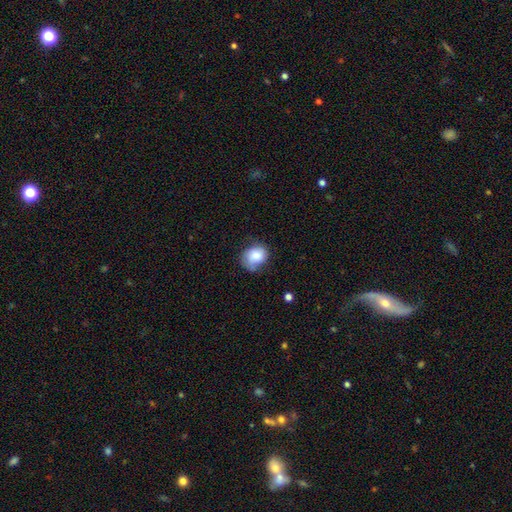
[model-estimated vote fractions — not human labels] smooth-or-featured: smooth: 77% | featured or disk: 15% | star or artifact: 8%
  how-rounded: round: 58% | in between: 42% | cigar-shaped: 1%
  merging: none: 53% | minor disturbance: 33% | major disturbance: 10% | merger: 3%